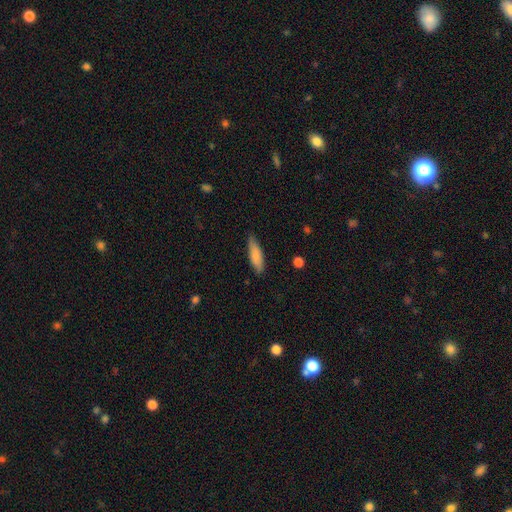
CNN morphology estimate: This is clearly a smooth galaxy (80%). How rounded: possibly cigar-shaped (57%). Merging: likely none (78%).